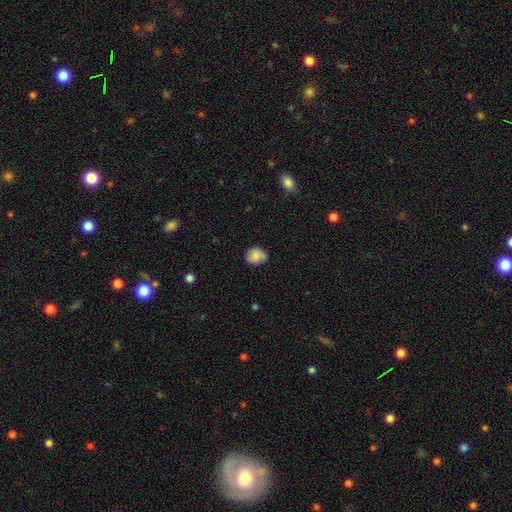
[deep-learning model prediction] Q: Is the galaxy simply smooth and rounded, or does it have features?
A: smooth — 81%.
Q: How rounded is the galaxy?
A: round — 65%.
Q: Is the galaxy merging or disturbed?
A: none — 67%.